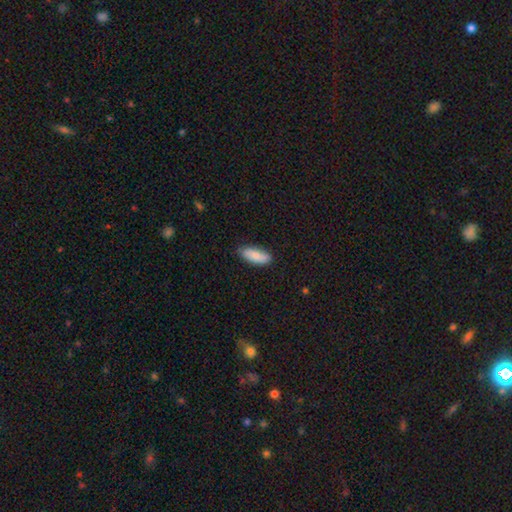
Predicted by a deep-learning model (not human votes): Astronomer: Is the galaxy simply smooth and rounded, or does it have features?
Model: smooth — 82%.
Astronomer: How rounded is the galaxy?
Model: in between — 75%.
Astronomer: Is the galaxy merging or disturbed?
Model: none — 81%.